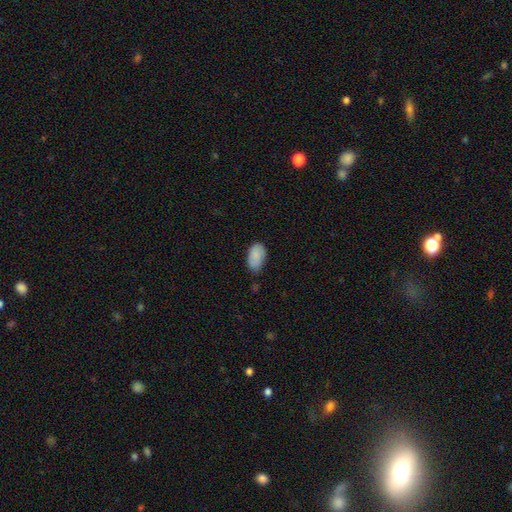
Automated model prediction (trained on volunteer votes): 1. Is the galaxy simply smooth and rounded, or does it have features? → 87% smooth, 7% featured or disk, 7% star or artifact.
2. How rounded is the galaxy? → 94% in between, 4% round, 2% cigar-shaped.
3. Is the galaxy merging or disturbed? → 64% none, 29% minor disturbance, 5% major disturbance, 2% merger.